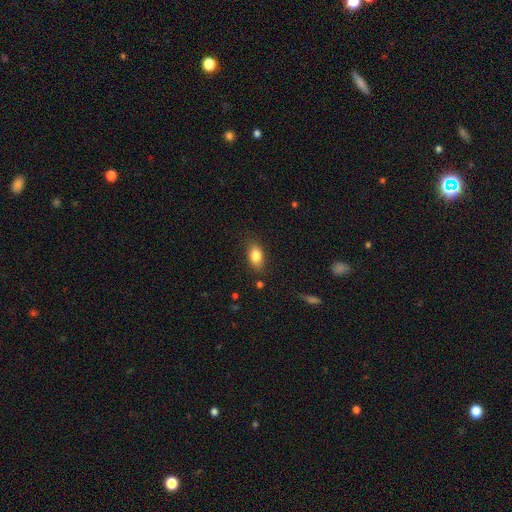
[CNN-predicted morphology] Smooth or featured? smooth (83%)
How rounded? in between (85%)
Merging? none (83%)